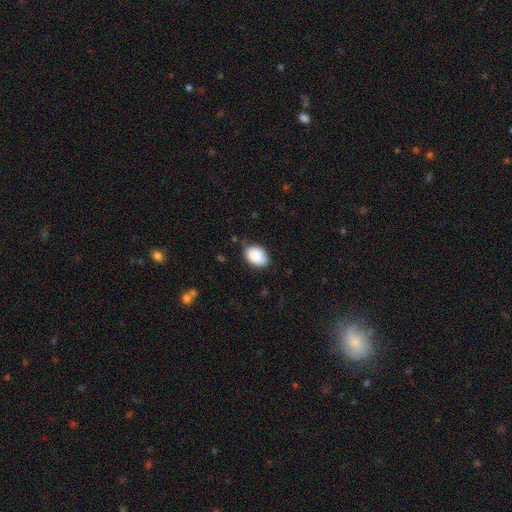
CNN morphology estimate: smooth_or_featured: smooth (p=0.88) [alt: star or artifact p=0.07]
how_rounded: in between (p=0.85) [alt: round p=0.14]
merging: none (p=0.72) [alt: minor disturbance p=0.22]